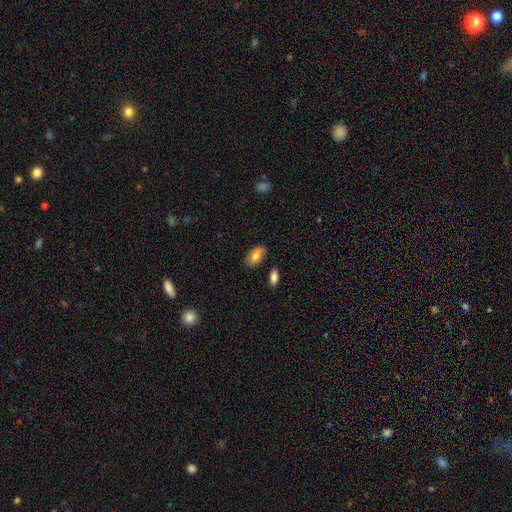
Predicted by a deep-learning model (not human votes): smooth 75%, featured or disk 17%, star or artifact 7%. Down the decision tree: how rounded — in between (92%); merging — none (80%).